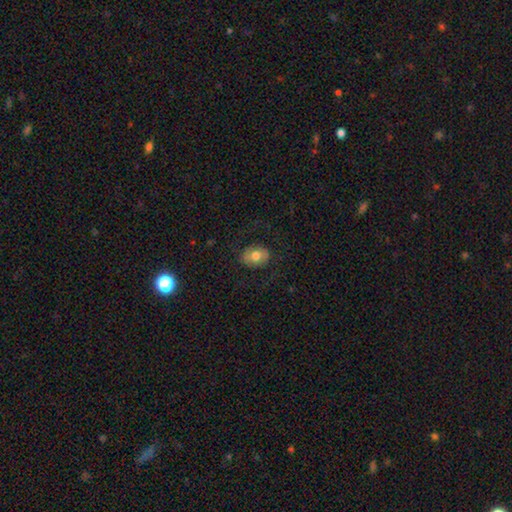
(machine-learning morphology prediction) The model was most divided on "how rounded": in between: 64%, round: 35%, cigar-shaped: 1%. More confident: merging — none (80%); smooth or featured — smooth (69%).